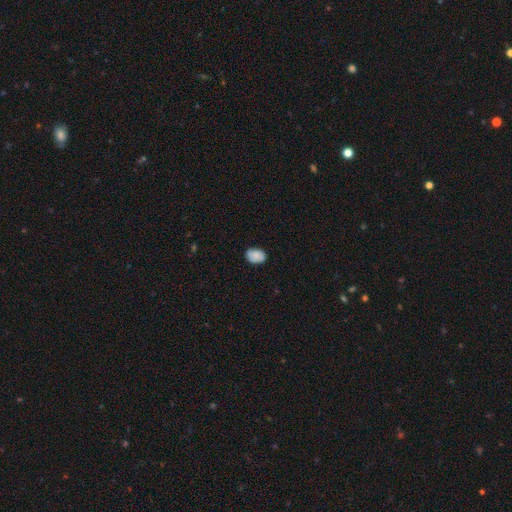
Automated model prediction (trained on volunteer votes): Overall: smooth (82%). How rounded: in between (77%). Merging: none (78%).